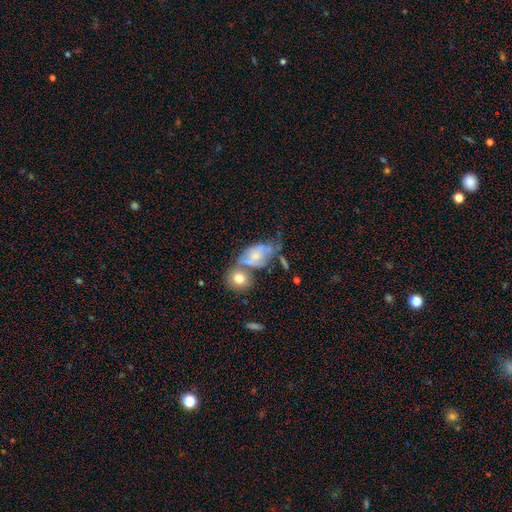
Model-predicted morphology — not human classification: Q: Smooth or featured?
A: featured or disk (47%); runner-up: smooth (43%)
Q: Merging?
A: merger (36%); runner-up: major disturbance (23%)